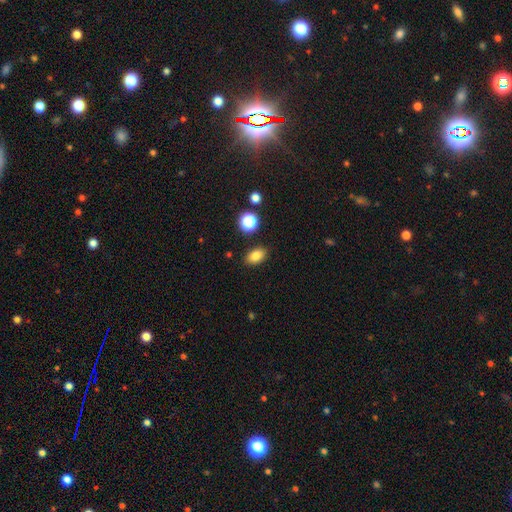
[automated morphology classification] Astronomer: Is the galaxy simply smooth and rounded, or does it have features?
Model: smooth — 82%.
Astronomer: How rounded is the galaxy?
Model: in between — 85%.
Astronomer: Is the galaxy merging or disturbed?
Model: none — 87%.